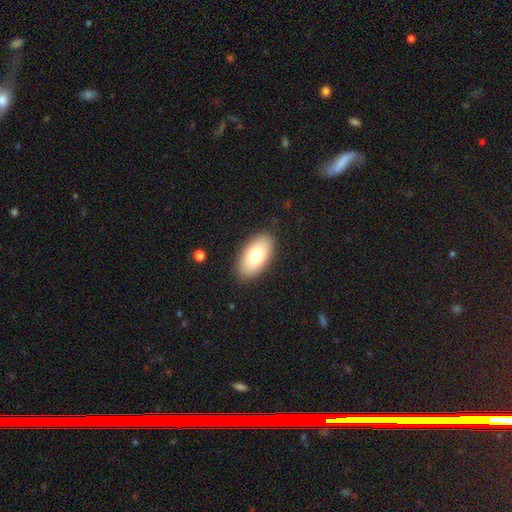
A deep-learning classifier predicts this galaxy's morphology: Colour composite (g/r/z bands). It shows a smooth galaxy with no disk features (76%) that is in between round and cigar-shaped (94%). Merging: none (89%).